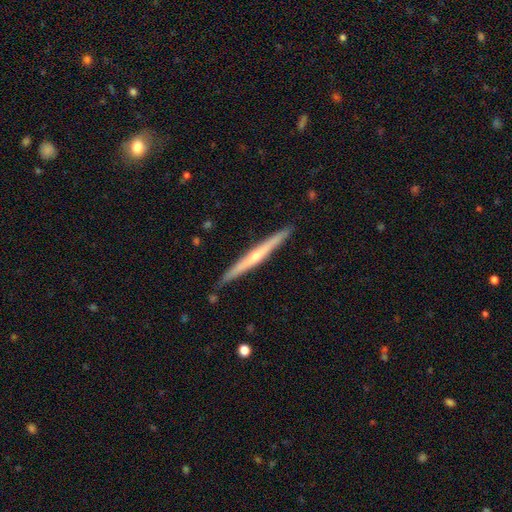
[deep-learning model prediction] This is likely a featured or disk galaxy (72%). It is clearly viewed edge-on (98%). Edge-on bulge: likely rounded (68%). Merging: clearly none (90%).